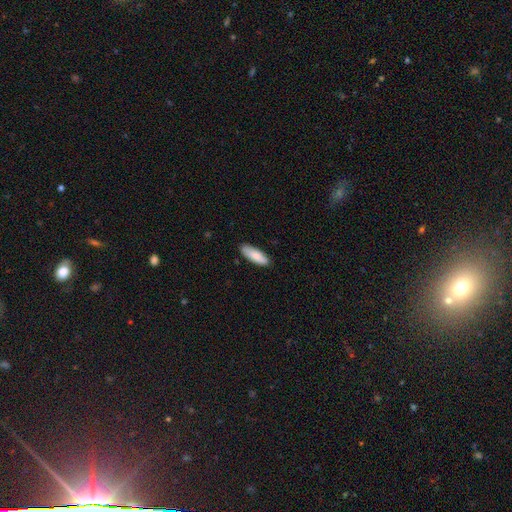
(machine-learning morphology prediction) Smooth or featured? smooth (87%)
How rounded? in between (59%)
Merging? none (87%)